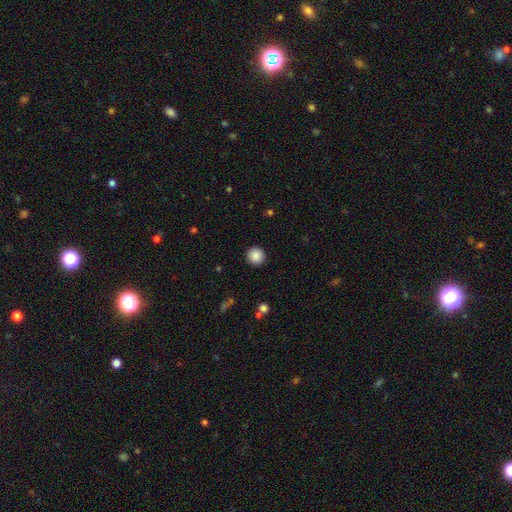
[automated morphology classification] type=smooth (87%); roundness=round (94%); merging=none (92%).